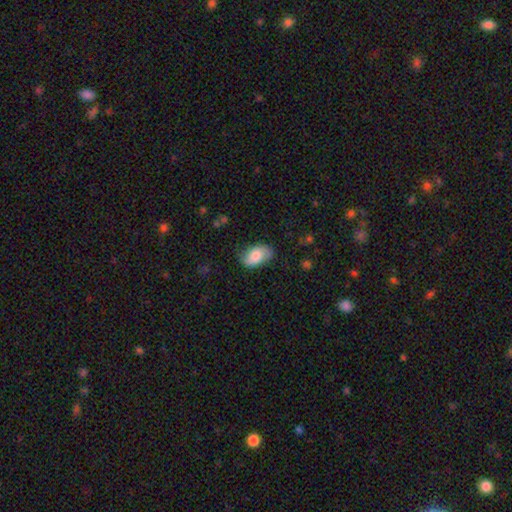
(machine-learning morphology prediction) type=smooth (71%); roundness=in between (93%); merging=none (71%).